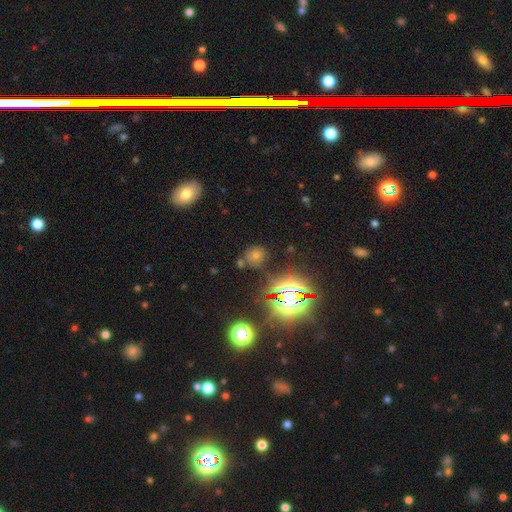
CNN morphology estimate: type=star or artifact (49%).